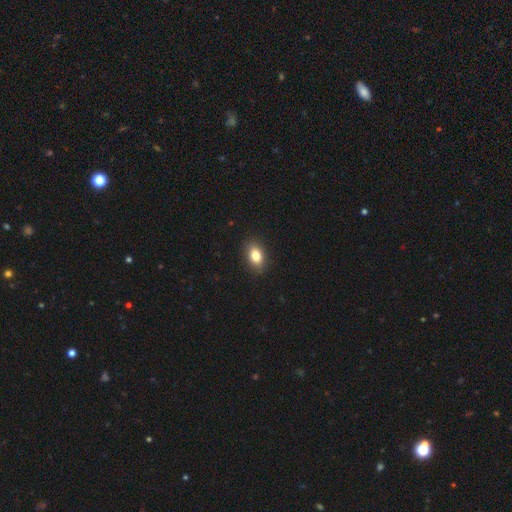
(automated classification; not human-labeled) smooth-or-featured: smooth: 82% | star or artifact: 9% | featured or disk: 9%
  how-rounded: in between: 82% | round: 15% | cigar-shaped: 3%
  merging: none: 88% | minor disturbance: 9% | major disturbance: 2% | merger: 1%